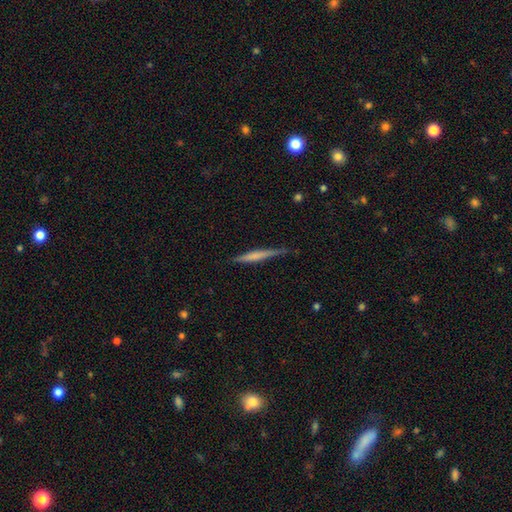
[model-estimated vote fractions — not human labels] The model was most divided on "smooth or featured": smooth: 52%, featured or disk: 42%, star or artifact: 6%. More confident: how rounded — cigar-shaped (95%); merging — none (79%).